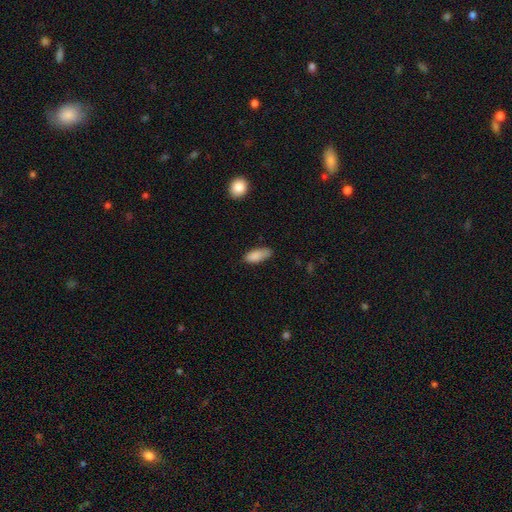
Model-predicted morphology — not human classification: smooth-or-featured: smooth: 87% | star or artifact: 7% | featured or disk: 6%
  how-rounded: in between: 82% | cigar-shaped: 16% | round: 2%
  merging: none: 64% | minor disturbance: 28% | major disturbance: 5% | merger: 2%